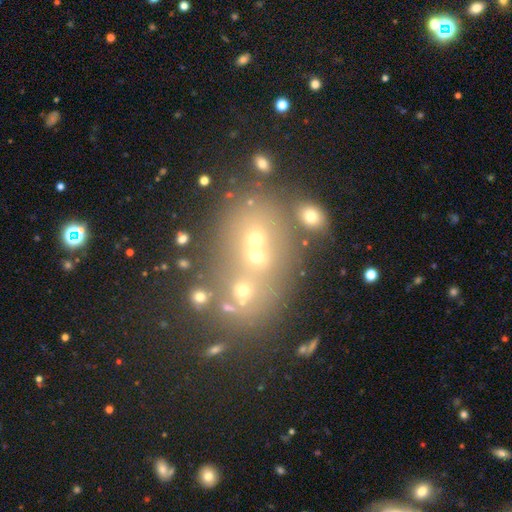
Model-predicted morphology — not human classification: This is marginally a smooth galaxy (36%). Merging: possibly merger (49%).